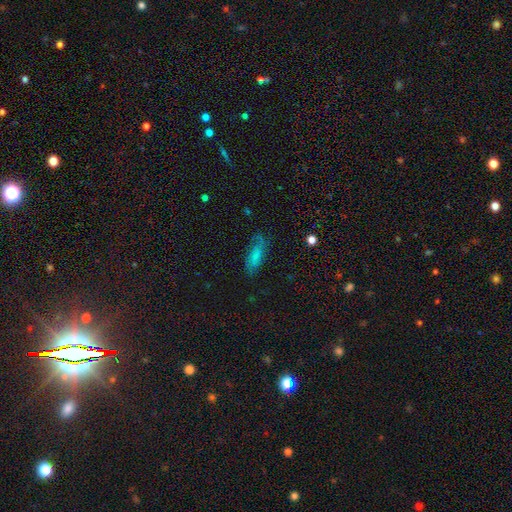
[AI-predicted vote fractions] A smooth galaxy with no disk features (55%) that is in between round and cigar-shaped (71%).

Vote fractions:
- Smooth or featured? smooth: 55% / featured or disk: 35% / star or artifact: 10%
- How rounded? in between: 71% / cigar-shaped: 26% / round: 3%
- Merging? none: 66% / minor disturbance: 22% / major disturbance: 9% / merger: 2%